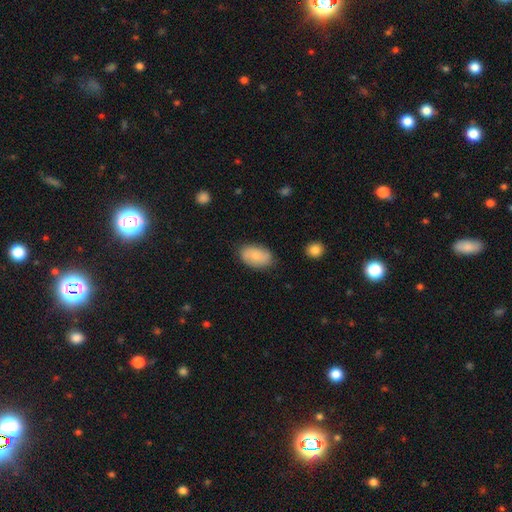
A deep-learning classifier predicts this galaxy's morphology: A smooth galaxy with no disk features (76%) that is in between round and cigar-shaped (91%). Merging: none (82%).